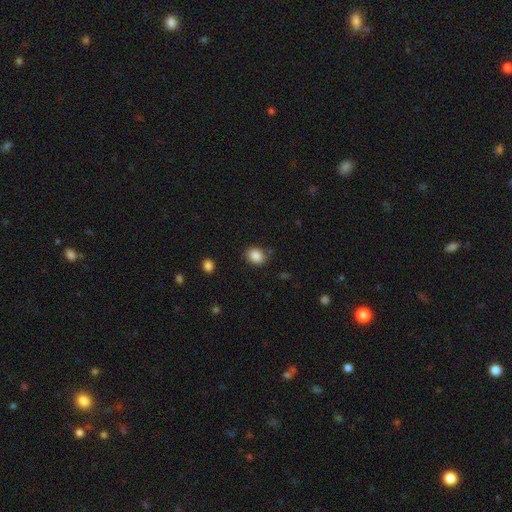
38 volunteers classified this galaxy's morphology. Smooth or featured? smooth (84%)
How rounded? round (66%)
Merging? none (79%)